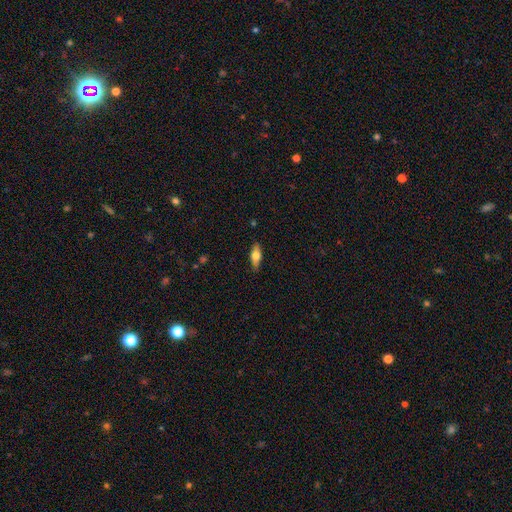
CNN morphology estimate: smooth_or_featured: smooth (p=0.62) [alt: featured or disk p=0.32]
how_rounded: in between (p=0.67) [alt: cigar-shaped p=0.30]
merging: none (p=0.87) [alt: minor disturbance p=0.10]